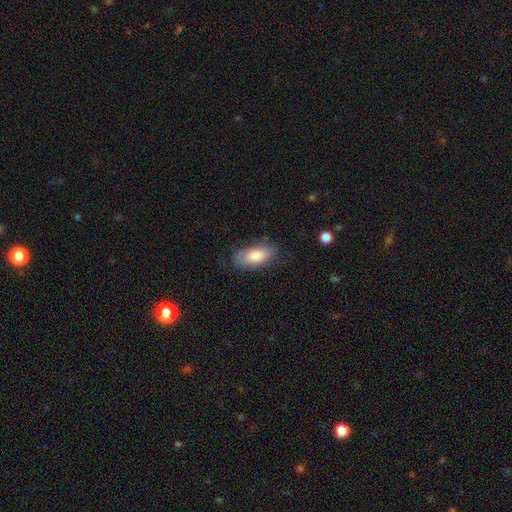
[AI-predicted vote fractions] The model was most divided on "merging": none: 73%, minor disturbance: 20%, major disturbance: 5%, merger: 1%. More confident: how rounded — in between (87%); smooth or featured — smooth (79%).